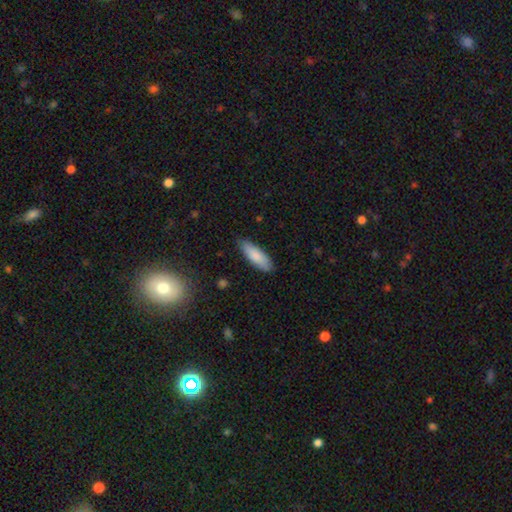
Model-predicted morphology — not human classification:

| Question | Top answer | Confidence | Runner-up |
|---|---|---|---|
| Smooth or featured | smooth | 86% | featured or disk (9%) |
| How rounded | in between | 58% | cigar-shaped (41%) |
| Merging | none | 85% | minor disturbance (12%) |